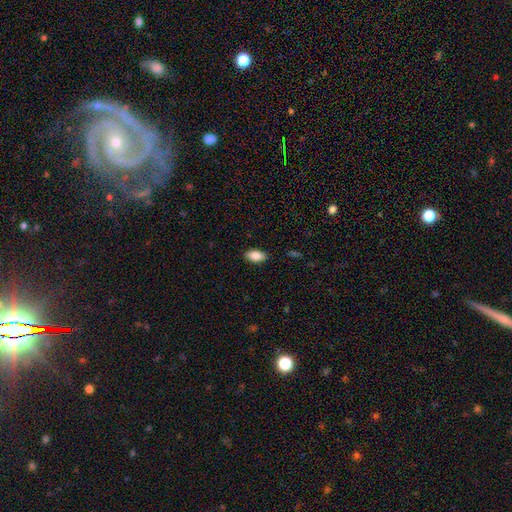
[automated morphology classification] Smooth or featured: smooth — 87% (star or artifact — 7%)
How rounded: in between — 92% (cigar-shaped — 5%)
Merging: none — 87% (minor disturbance — 10%)